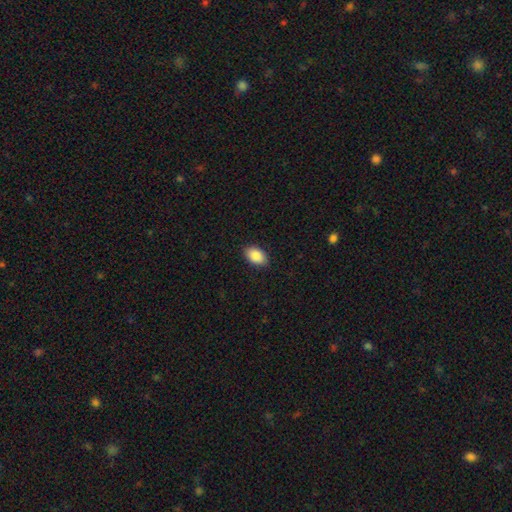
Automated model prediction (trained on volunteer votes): Overall: smooth (88%). How rounded: in between (91%). Merging: none (89%).